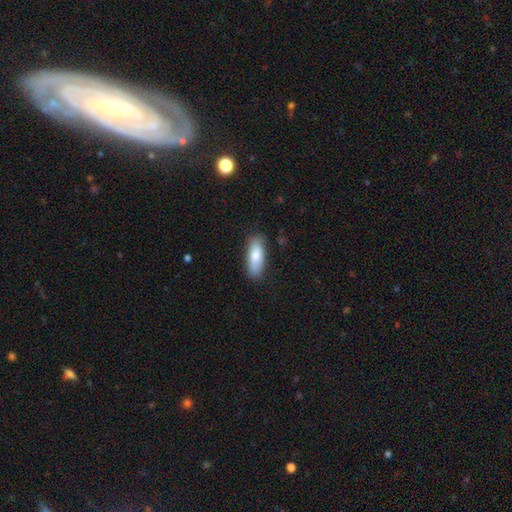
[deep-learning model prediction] A smooth galaxy with no disk features (83%) that is in between round and cigar-shaped (67%). Merging: none (83%).